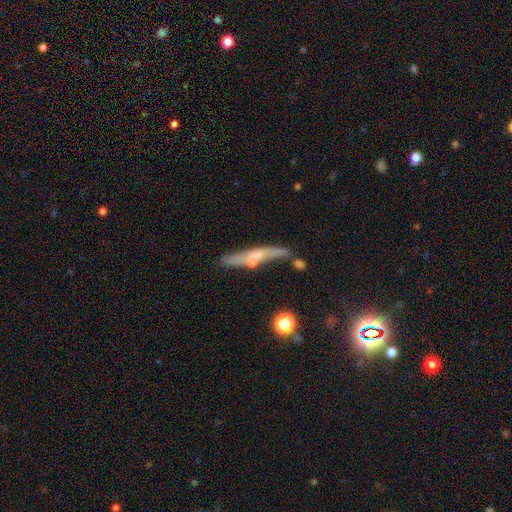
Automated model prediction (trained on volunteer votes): This is possibly a featured or disk galaxy (54%). It is likely viewed edge-on (78%). Merging: likely none (61%).